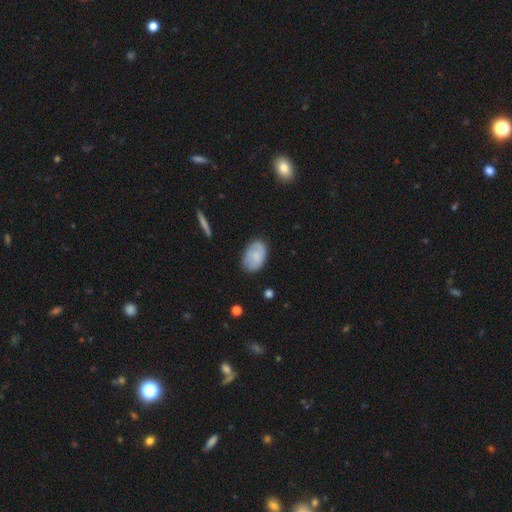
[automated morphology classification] The model was most divided on "smooth or featured": smooth: 72%, featured or disk: 22%, star or artifact: 6%. More confident: how rounded — in between (89%); merging — none (77%).